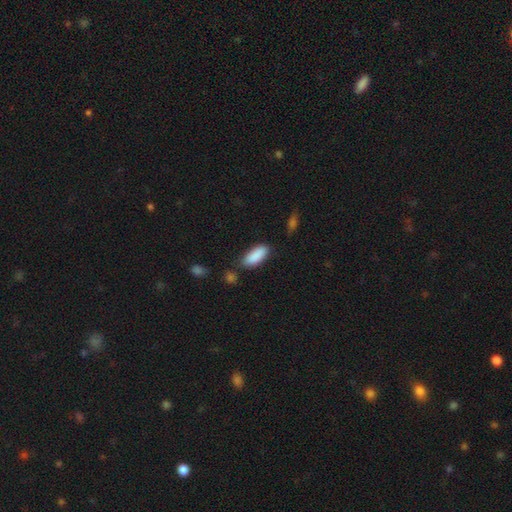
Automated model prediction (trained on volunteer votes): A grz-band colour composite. It shows a smooth galaxy with no disk features (90%) that is in between round and cigar-shaped (78%). Merging: none (76%).